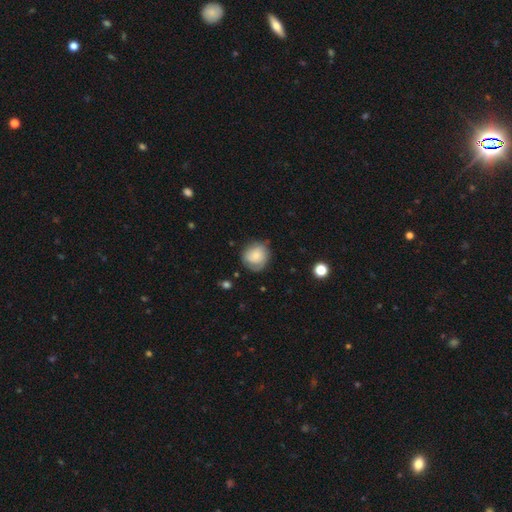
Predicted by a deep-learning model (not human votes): The model was most divided on "smooth or featured": smooth: 68%, featured or disk: 24%, star or artifact: 8%. More confident: how rounded — round (81%); merging — none (69%).